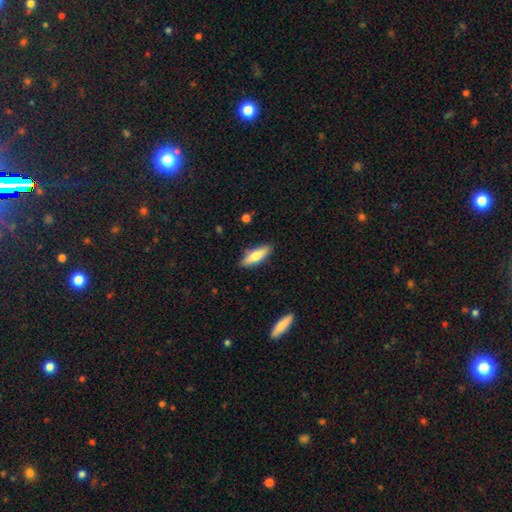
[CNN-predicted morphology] smooth-or-featured: smooth: 67% | featured or disk: 27% | star or artifact: 6%
  how-rounded: cigar-shaped: 51% | in between: 47% | round: 2%
  merging: none: 86% | minor disturbance: 10% | major disturbance: 2% | merger: 2%